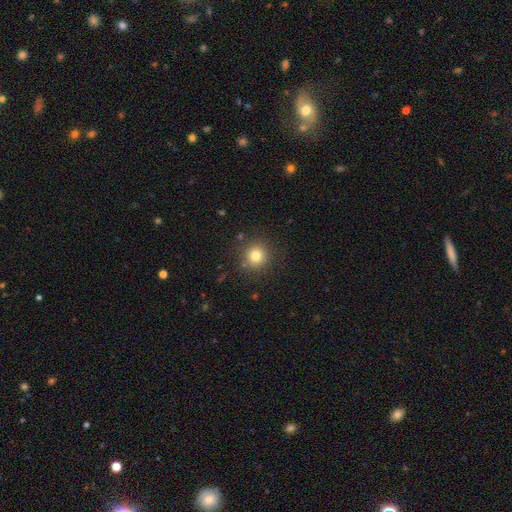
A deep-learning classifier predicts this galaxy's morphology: This is likely a smooth galaxy (79%). How rounded: clearly round (93%). Merging: clearly none (87%).